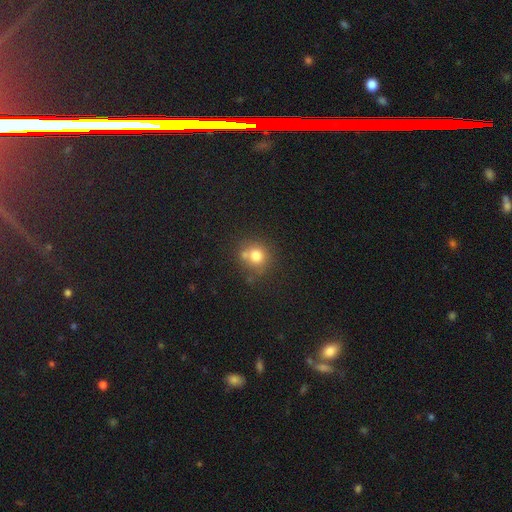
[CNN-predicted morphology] Smooth or featured? smooth (75%)
How rounded? round (85%)
Merging? none (57%)